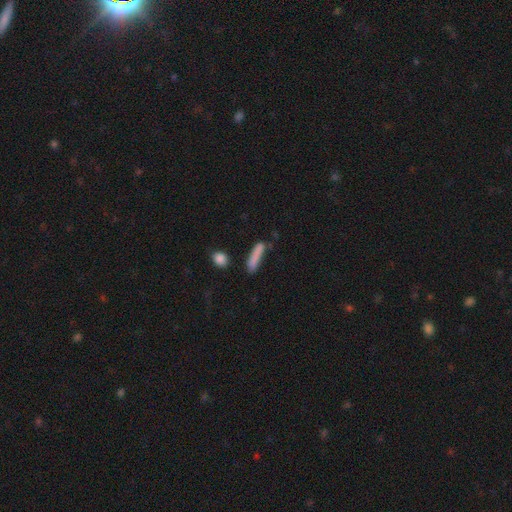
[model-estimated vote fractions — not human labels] This is clearly a smooth galaxy (82%). How rounded: clearly cigar-shaped (83%). Merging: likely none (67%).